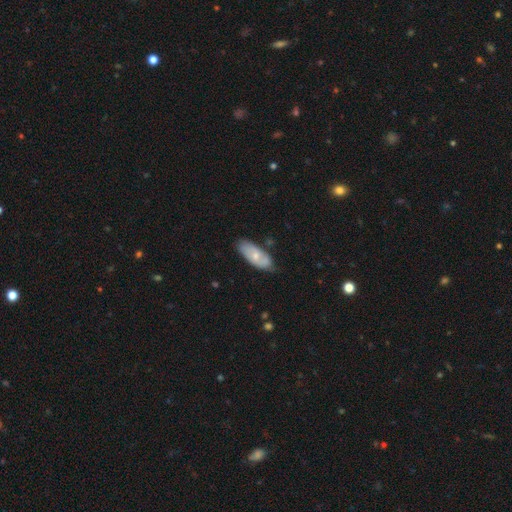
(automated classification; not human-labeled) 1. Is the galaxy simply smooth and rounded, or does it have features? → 57% smooth, 37% featured or disk, 6% star or artifact.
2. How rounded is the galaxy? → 83% in between, 14% cigar-shaped, 2% round.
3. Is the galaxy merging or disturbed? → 71% none, 22% minor disturbance, 4% major disturbance, 3% merger.